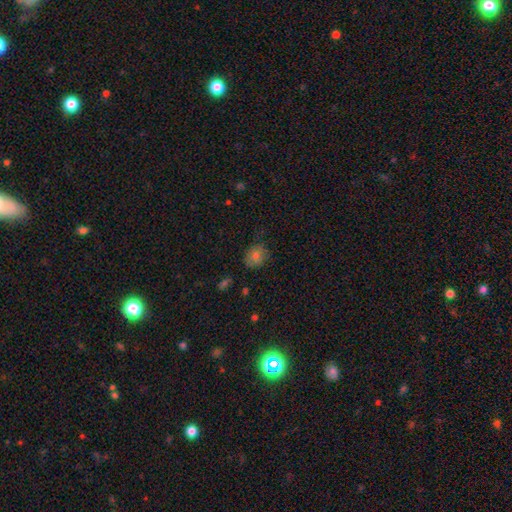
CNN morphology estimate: Overall: smooth (75%). How rounded: round (58%; in between 41%). Merging: none (71%).